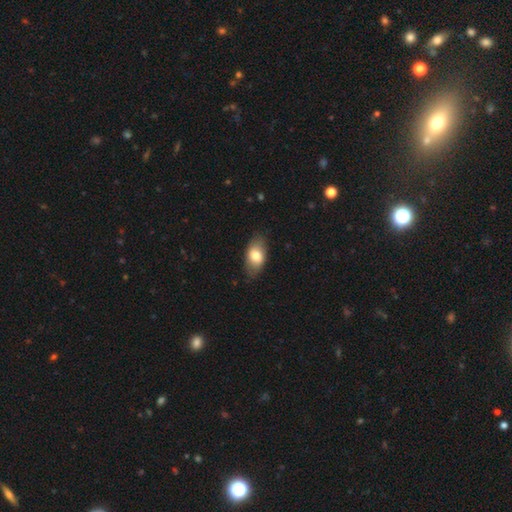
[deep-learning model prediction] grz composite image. It shows a smooth galaxy with no disk features (75%) that is in between round and cigar-shaped (91%). Merging: none (80%).